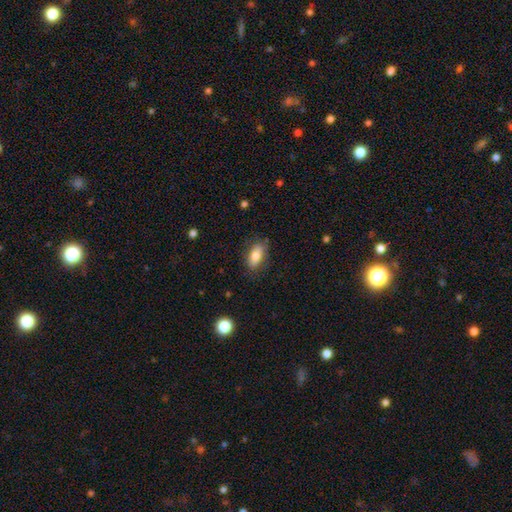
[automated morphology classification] Smooth or featured? Predicted: smooth (p=0.80). How rounded? Predicted: in between (p=0.87). Merging? Predicted: none (p=0.81).